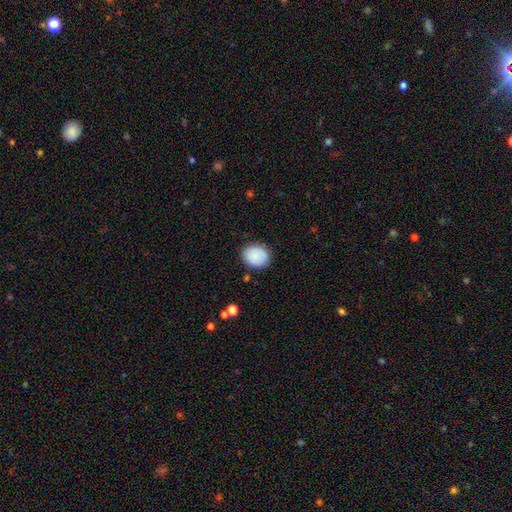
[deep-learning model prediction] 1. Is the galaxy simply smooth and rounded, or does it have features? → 87% smooth, 7% star or artifact, 6% featured or disk.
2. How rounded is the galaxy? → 59% round, 40% in between, 1% cigar-shaped.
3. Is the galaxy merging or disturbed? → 85% none, 11% minor disturbance, 3% major disturbance, 1% merger.